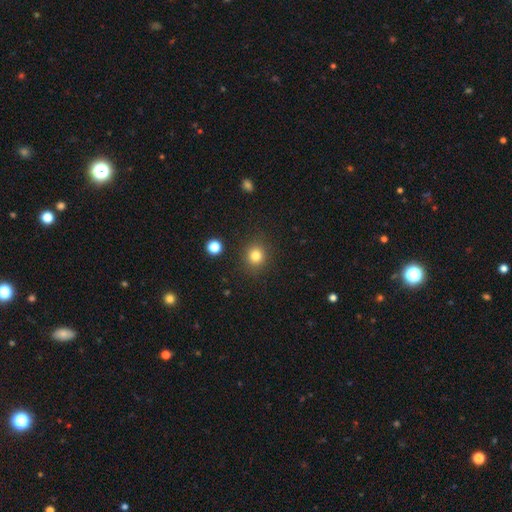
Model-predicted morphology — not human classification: smooth 82%, star or artifact 13%, featured or disk 6%. Down the decision tree: how rounded — round (84%); merging — none (88%).